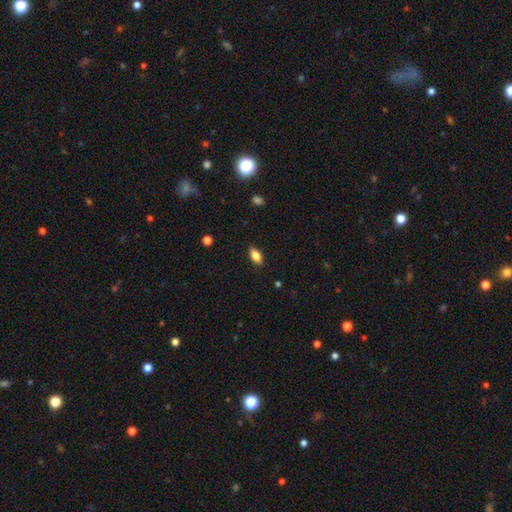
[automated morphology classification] The model was most divided on "smooth or featured": smooth: 82%, featured or disk: 10%, star or artifact: 8%. More confident: how rounded — in between (88%); merging — none (87%).